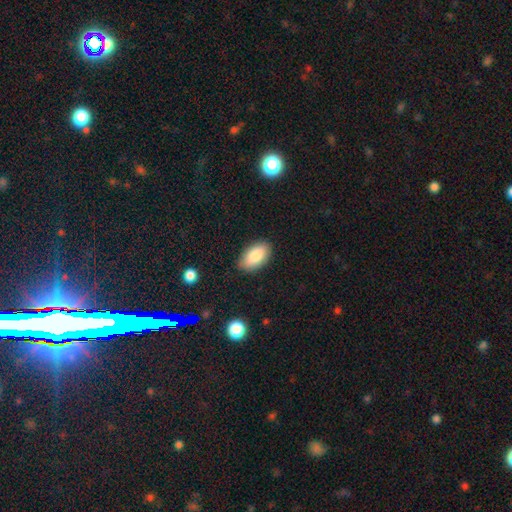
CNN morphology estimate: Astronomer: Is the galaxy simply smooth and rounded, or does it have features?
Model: smooth — 85%.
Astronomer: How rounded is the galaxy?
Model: in between — 94%.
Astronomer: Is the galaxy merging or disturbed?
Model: none — 84%.